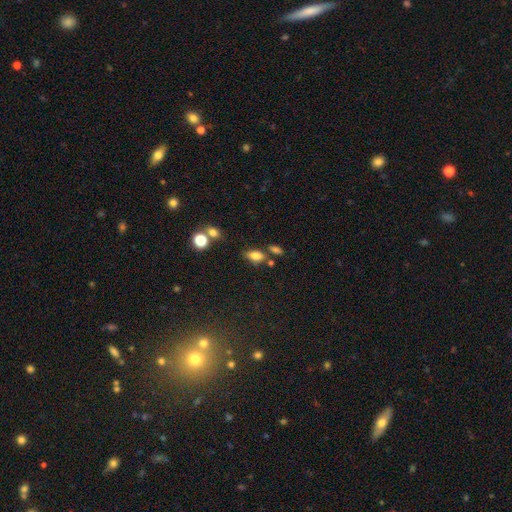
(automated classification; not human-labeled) Smooth or featured?
  - smooth: 78% *
  - star or artifact: 12%
  - featured or disk: 10%
How rounded?
  - in between: 87% *
  - round: 9%
  - cigar-shaped: 5%
Merging?
  - none: 63% *
  - minor disturbance: 16%
  - merger: 15%
  - major disturbance: 5%